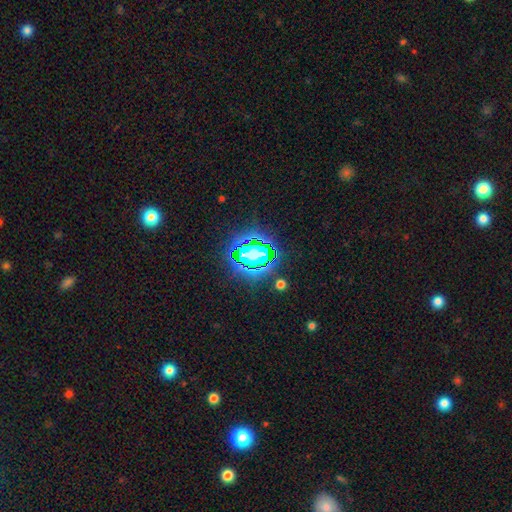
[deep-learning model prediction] Smooth or featured? Predicted: star or artifact (p=0.76).